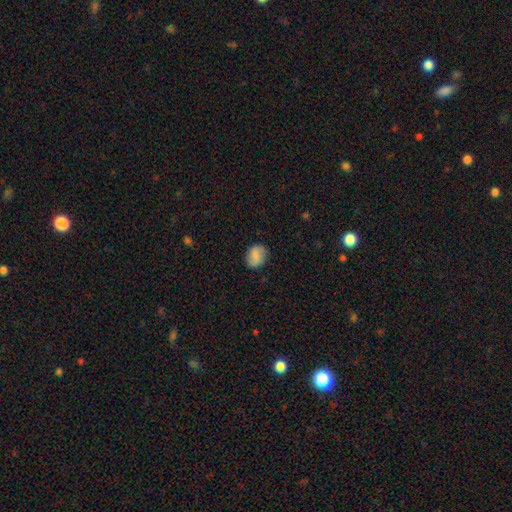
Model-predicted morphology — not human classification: type=smooth (80%); roundness=round (50%); merging=none (83%).